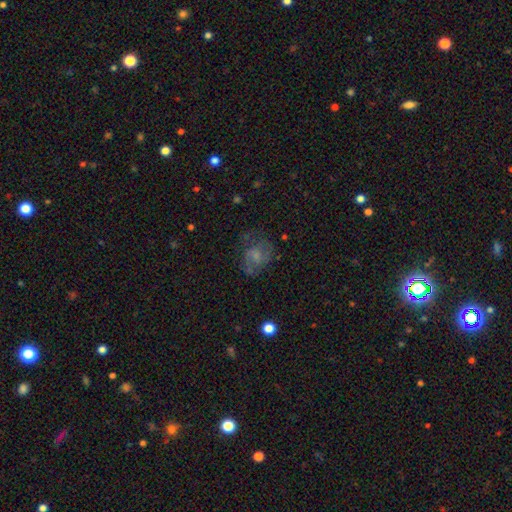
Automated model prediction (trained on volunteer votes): The model was most divided on "smooth or featured": smooth: 45%, featured or disk: 42%, star or artifact: 13%. More confident: merging — none (52%).